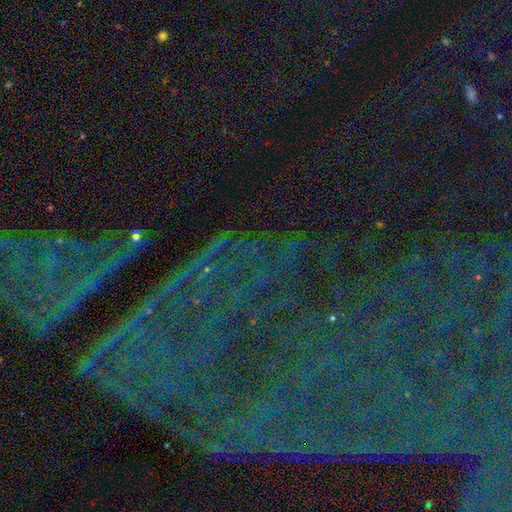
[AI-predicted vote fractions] smooth_or_featured: star or artifact (p=0.85) [alt: featured or disk p=0.08]